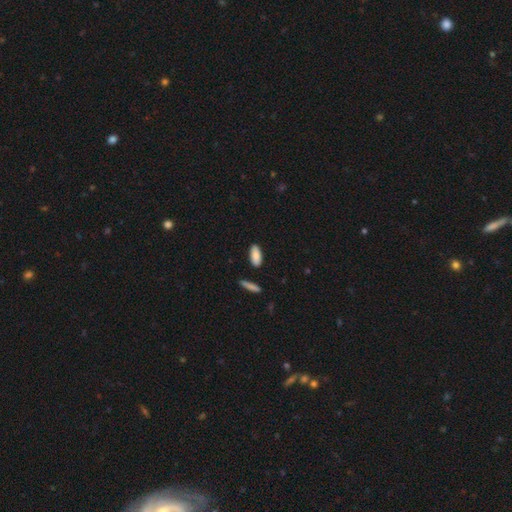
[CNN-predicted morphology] The model was most divided on "how rounded": in between: 82%, cigar-shaped: 16%, round: 2%. More confident: merging — none (87%); smooth or featured — smooth (87%).